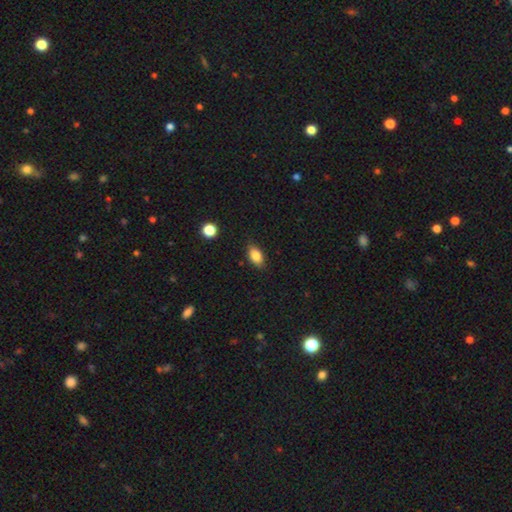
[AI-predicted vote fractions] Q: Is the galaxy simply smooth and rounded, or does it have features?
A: smooth — 84%.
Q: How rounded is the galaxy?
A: in between — 88%.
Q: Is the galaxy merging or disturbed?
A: none — 85%.